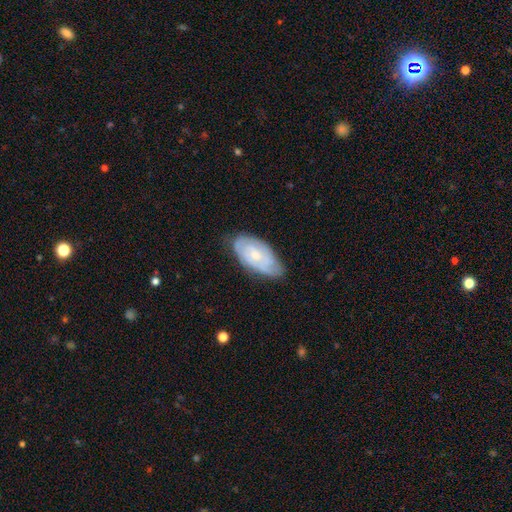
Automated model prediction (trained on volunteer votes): The model was most divided on "spiral arm count": can't tell: 45%, 2: 28%, 3: 15%, 4: 5%, 1: 4%, more than 4: 3%. More confident: edge-on disk — no (94%); spiral arms — yes (86%); merging — none (66%); smooth or featured — featured or disk (66%); spiral winding — tight (64%); bar — no (62%); bulge size — small (58%).